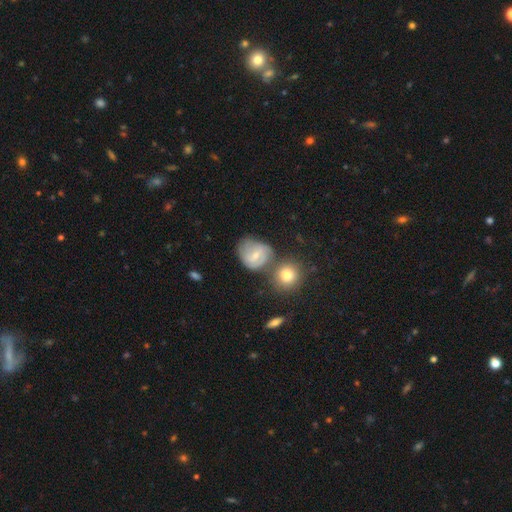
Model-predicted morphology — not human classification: featured or disk 51%, smooth 39%, star or artifact 10%. Down the decision tree: edge-on disk — no (97%); merging — none (50%).